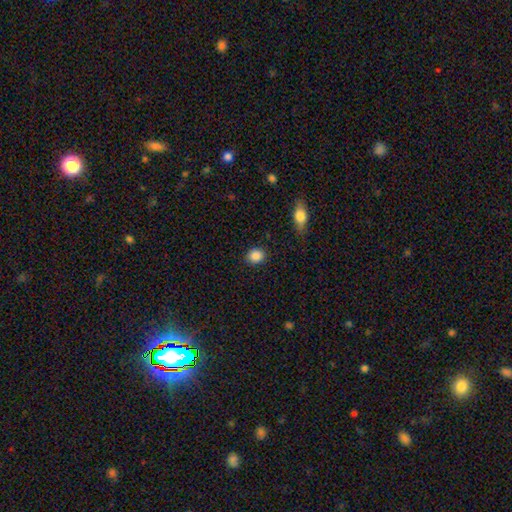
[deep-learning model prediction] Smooth or featured?
  - smooth: 88% *
  - star or artifact: 9%
  - featured or disk: 4%
How rounded?
  - round: 73% *
  - in between: 25%
  - cigar-shaped: 1%
Merging?
  - none: 89% *
  - minor disturbance: 7%
  - major disturbance: 2%
  - merger: 1%